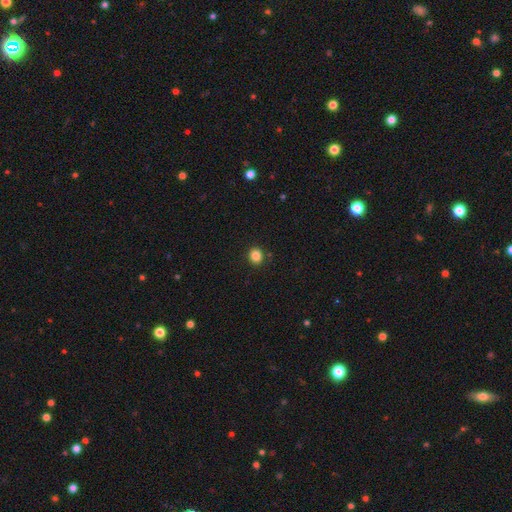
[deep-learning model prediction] Q: Smooth or featured?
A: smooth (85%); runner-up: star or artifact (11%)
Q: How rounded?
A: round (76%); runner-up: in between (23%)
Q: Merging?
A: none (89%); runner-up: minor disturbance (7%)